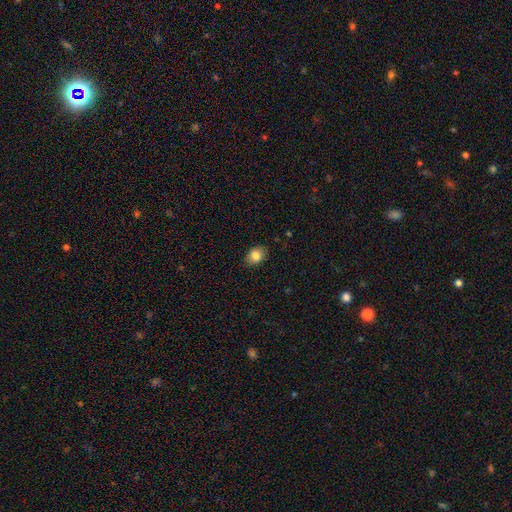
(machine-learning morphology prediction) A smooth galaxy with no disk features (82%) that is in between round and cigar-shaped (67%). Merging: none (85%).